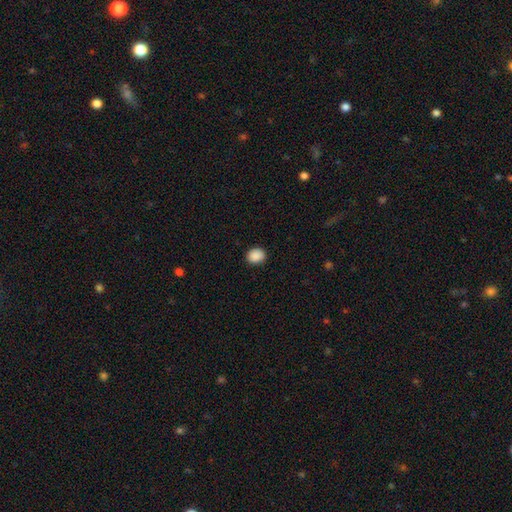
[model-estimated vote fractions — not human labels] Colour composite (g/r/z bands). It shows a smooth galaxy with no disk features (89%) that is round (61%). Merging: none (89%).